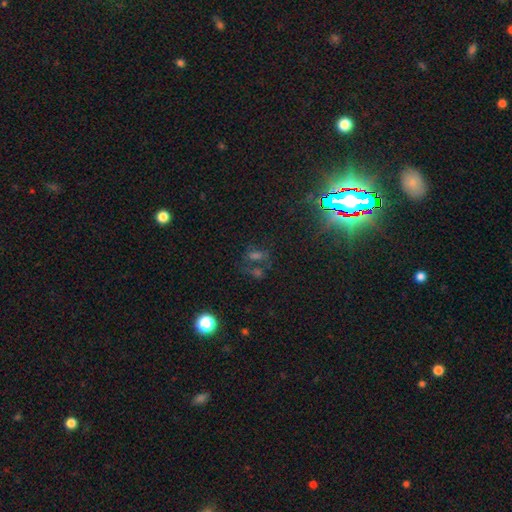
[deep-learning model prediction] The model was most divided on "smooth or featured": star or artifact: 54%, smooth: 27%, featured or disk: 19%.